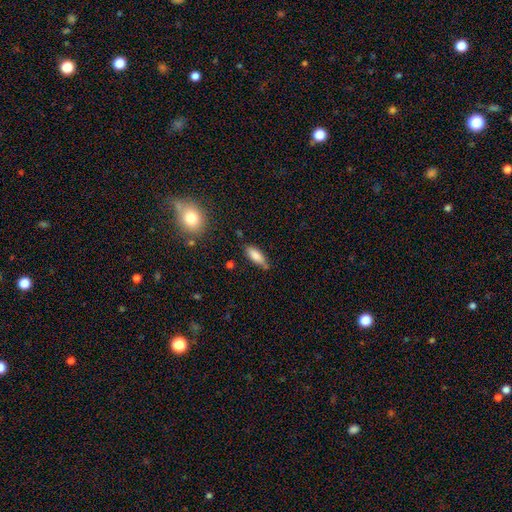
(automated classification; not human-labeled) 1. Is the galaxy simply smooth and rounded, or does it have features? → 81% smooth, 11% featured or disk, 8% star or artifact.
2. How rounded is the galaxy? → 68% in between, 30% cigar-shaped, 2% round.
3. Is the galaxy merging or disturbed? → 65% none, 26% minor disturbance, 5% major disturbance, 4% merger.